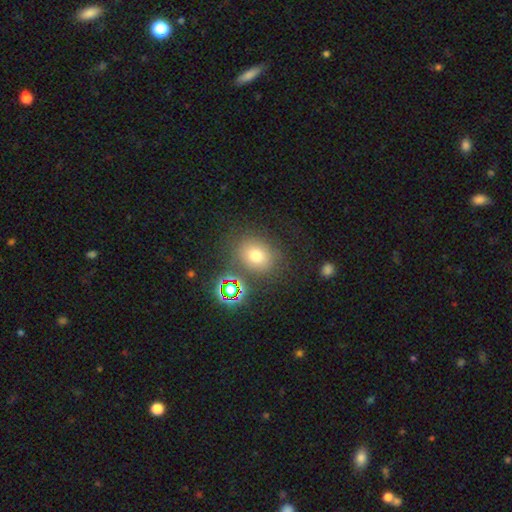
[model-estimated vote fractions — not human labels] smooth 70%, star or artifact 19%, featured or disk 10%. Down the decision tree: how rounded — round (54%); merging — none (75%).